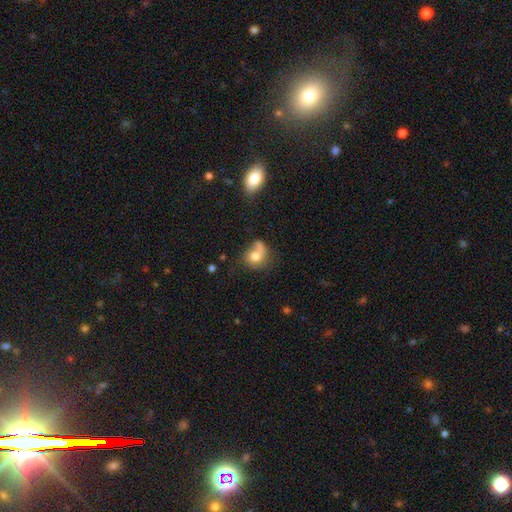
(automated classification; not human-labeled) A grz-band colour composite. It shows a smooth galaxy with no disk features (65%) that is round (65%). Merging: none (36%).